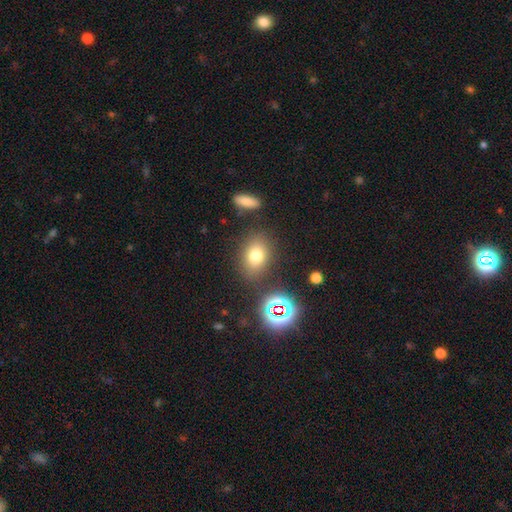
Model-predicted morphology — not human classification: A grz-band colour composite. It shows a smooth galaxy with no disk features (73%) that is in between round and cigar-shaped (63%). Merging: none (79%).